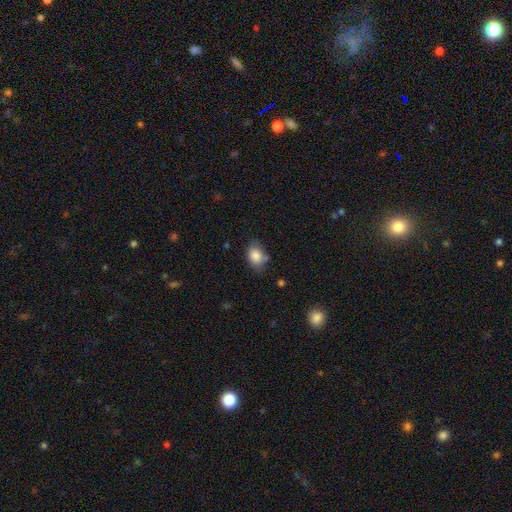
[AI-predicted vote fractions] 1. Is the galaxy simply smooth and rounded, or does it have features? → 85% smooth, 8% star or artifact, 7% featured or disk.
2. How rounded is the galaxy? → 76% in between, 23% round, 1% cigar-shaped.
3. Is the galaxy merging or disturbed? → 68% none, 22% minor disturbance, 6% merger, 5% major disturbance.